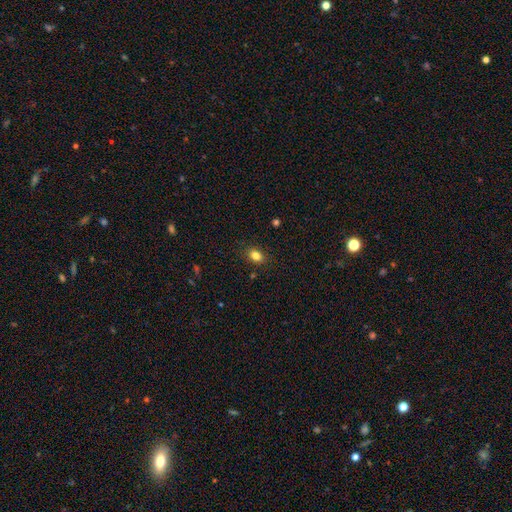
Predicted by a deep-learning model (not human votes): The model was most divided on "how rounded": in between: 73%, round: 26%, cigar-shaped: 1%. More confident: merging — none (86%); smooth or featured — smooth (84%).